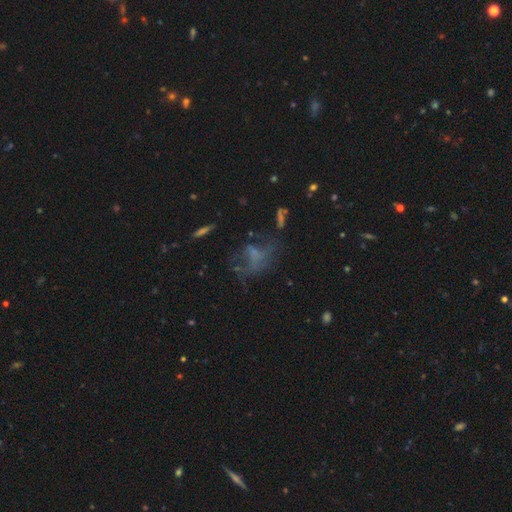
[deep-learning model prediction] Overall: featured or disk (46%; smooth 34%). Merging: major disturbance (38%; none 37%).